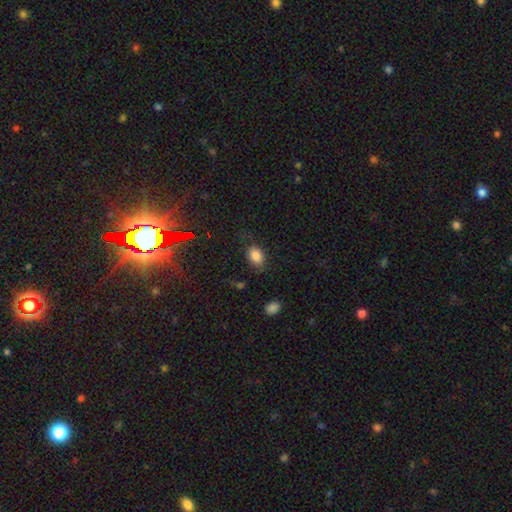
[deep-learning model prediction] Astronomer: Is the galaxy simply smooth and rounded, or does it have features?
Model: smooth — 82%.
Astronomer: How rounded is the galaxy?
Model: in between — 80%.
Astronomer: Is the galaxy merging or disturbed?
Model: none — 70%.